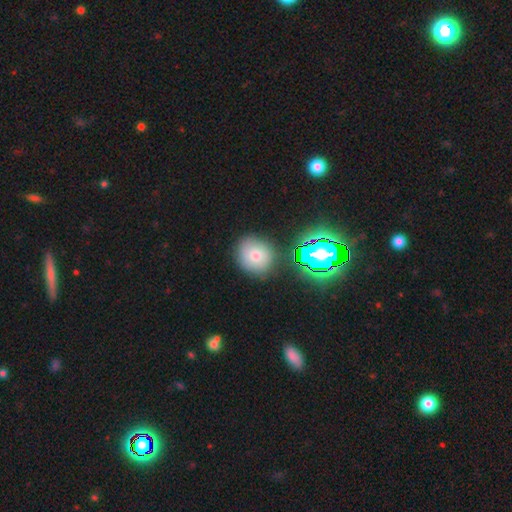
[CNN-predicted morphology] This appears to be a smooth galaxy with no disk features (63%) that is round (81%). Merging: none (82%).